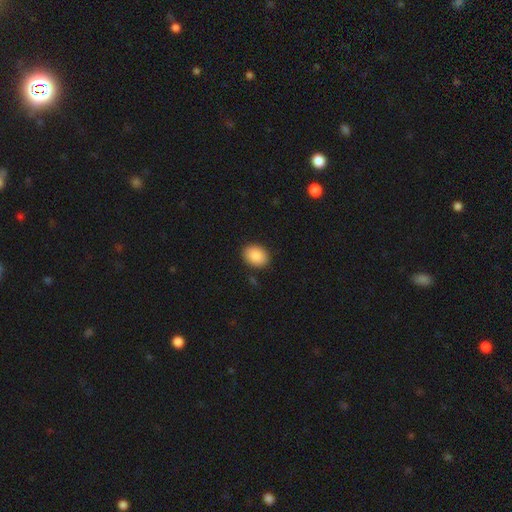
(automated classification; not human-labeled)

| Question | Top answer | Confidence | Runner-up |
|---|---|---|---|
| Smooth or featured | smooth | 89% | star or artifact (7%) |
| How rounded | in between | 61% | round (38%) |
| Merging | none | 88% | minor disturbance (9%) |